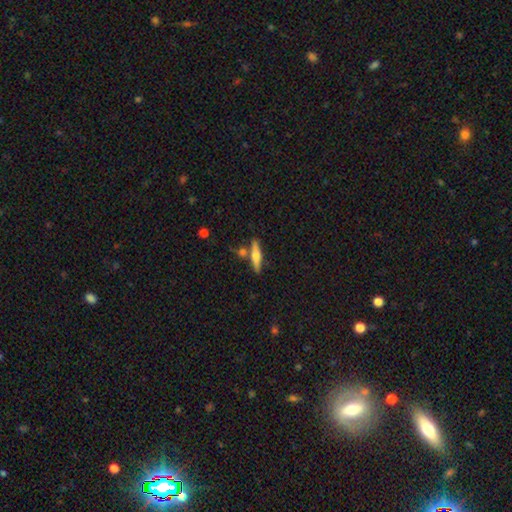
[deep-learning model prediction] smooth_or_featured: smooth (p=0.49) [alt: featured or disk p=0.45]
merging: none (p=0.74) [alt: merger p=0.12]